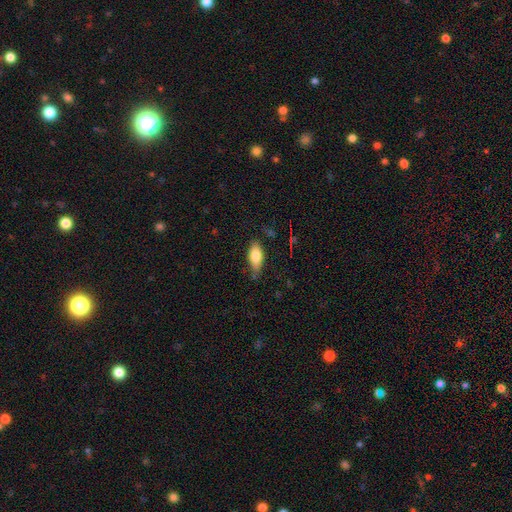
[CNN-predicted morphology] Smooth or featured?
  - smooth: 77% *
  - featured or disk: 16%
  - star or artifact: 7%
How rounded?
  - in between: 81% *
  - cigar-shaped: 16%
  - round: 3%
Merging?
  - none: 71% *
  - minor disturbance: 23%
  - major disturbance: 5%
  - merger: 2%